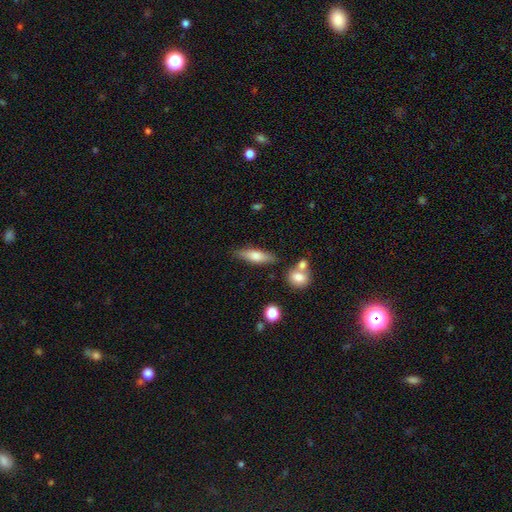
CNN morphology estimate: type=smooth (67%); roundness=cigar-shaped (51%); merging=none (77%).